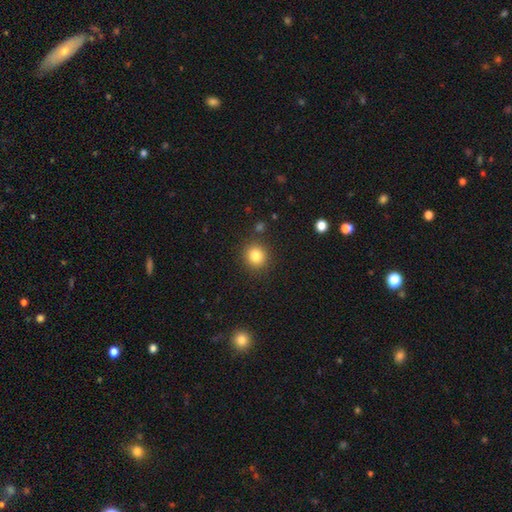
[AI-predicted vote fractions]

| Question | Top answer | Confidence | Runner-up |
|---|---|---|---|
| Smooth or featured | smooth | 82% | star or artifact (11%) |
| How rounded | round | 89% | in between (10%) |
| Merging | none | 88% | minor disturbance (7%) |